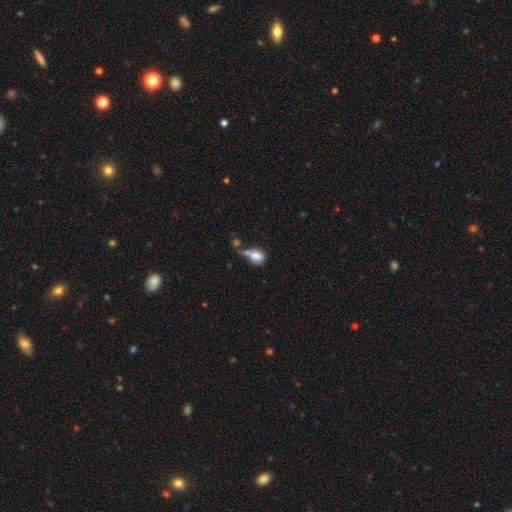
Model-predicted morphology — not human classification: This is likely a smooth galaxy (77%). How rounded: likely in between (63%). Merging: marginally merger (36%).